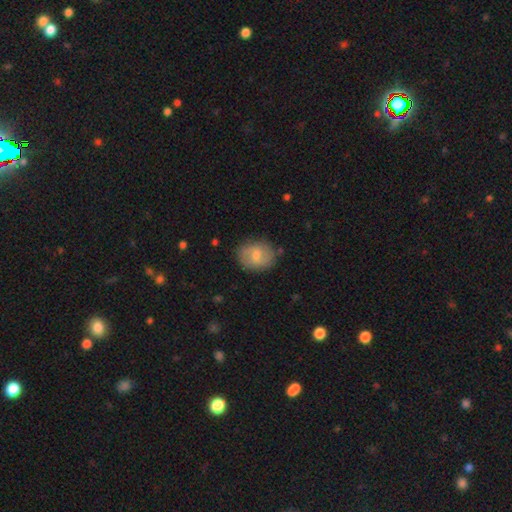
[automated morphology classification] This appears to be a smooth galaxy with no disk features (63%) that is in between round and cigar-shaped (51%). Merging: none (79%).